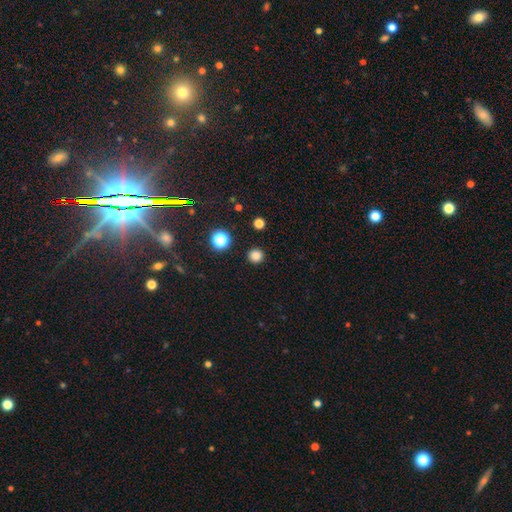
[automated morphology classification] smooth 82%, star or artifact 14%, featured or disk 4%. Down the decision tree: how rounded — round (94%); merging — none (92%).